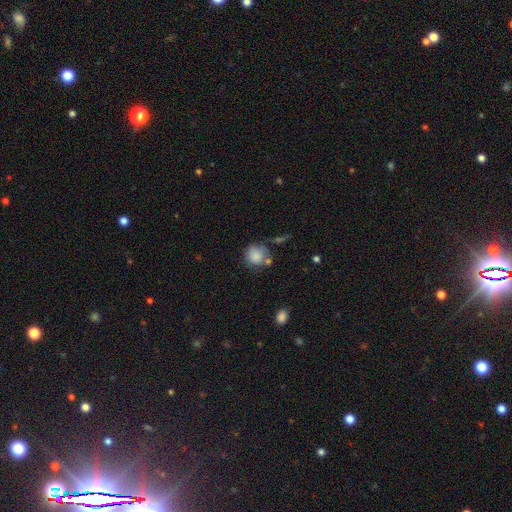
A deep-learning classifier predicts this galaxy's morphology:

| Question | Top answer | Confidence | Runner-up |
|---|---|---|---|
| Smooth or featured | smooth | 82% | featured or disk (9%) |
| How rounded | round | 81% | in between (18%) |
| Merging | none | 51% | minor disturbance (23%) |